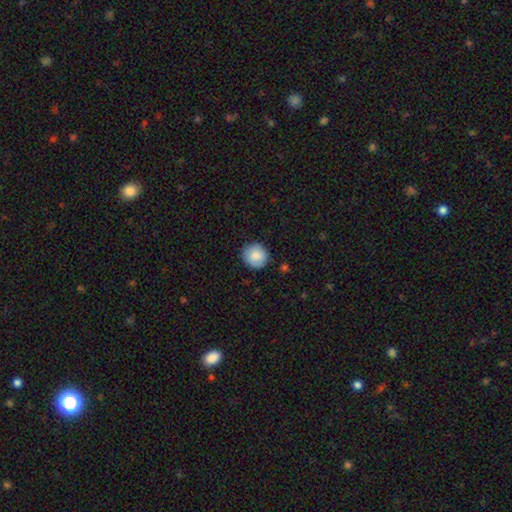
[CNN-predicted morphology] Smooth or featured: smooth — 86% (star or artifact — 7%)
How rounded: round — 91% (in between — 8%)
Merging: none — 87% (minor disturbance — 10%)